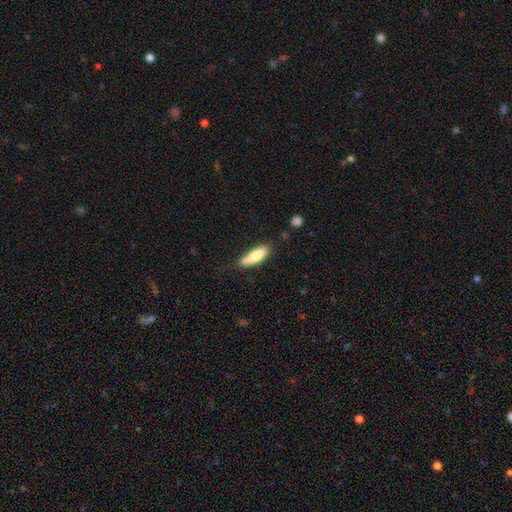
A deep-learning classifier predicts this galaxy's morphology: A smooth galaxy with no disk features (75%) that is cigar-shaped (54%). Merging: none (64%).